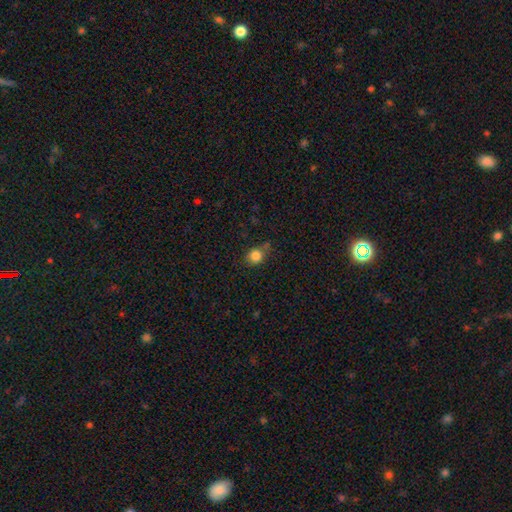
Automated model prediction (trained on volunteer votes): Smooth or featured? smooth (84%)
How rounded? round (74%)
Merging? none (66%)